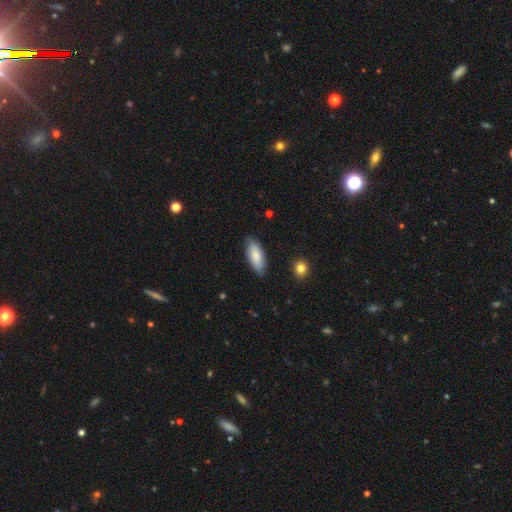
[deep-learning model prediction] Smooth or featured?
  - smooth: 82% *
  - featured or disk: 13%
  - star or artifact: 6%
How rounded?
  - in between: 77% *
  - cigar-shaped: 22%
  - round: 2%
Merging?
  - none: 83% *
  - minor disturbance: 14%
  - major disturbance: 2%
  - merger: 1%